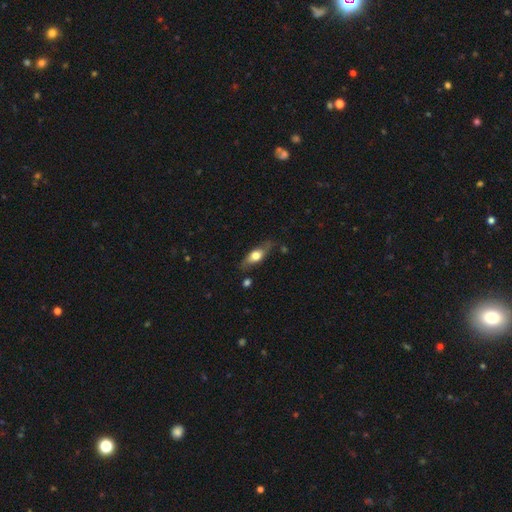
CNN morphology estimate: Overall: smooth (56%; featured or disk 38%). How rounded: in between (64%; cigar-shaped 31%). Merging: none (72%).